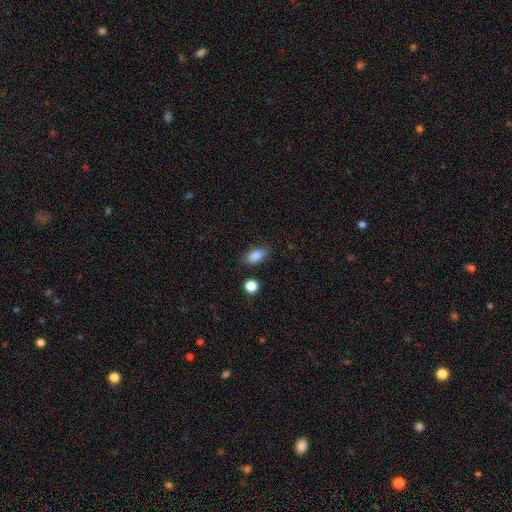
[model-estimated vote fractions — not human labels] smooth-or-featured: smooth: 86% | star or artifact: 8% | featured or disk: 6%
  how-rounded: in between: 87% | round: 7% | cigar-shaped: 6%
  merging: none: 81% | minor disturbance: 13% | major disturbance: 3% | merger: 3%